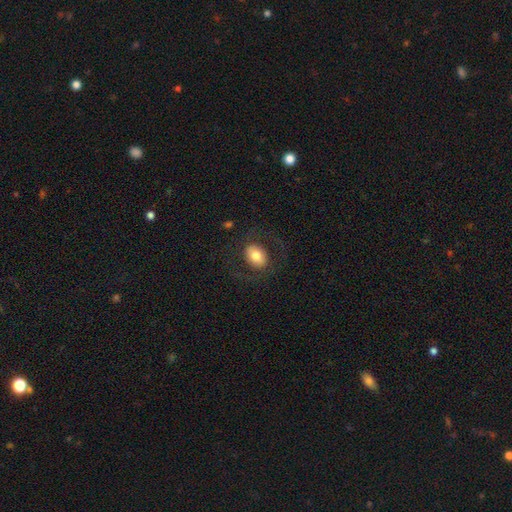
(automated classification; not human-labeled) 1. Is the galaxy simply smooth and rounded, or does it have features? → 63% smooth, 29% featured or disk, 8% star or artifact.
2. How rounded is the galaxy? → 69% in between, 30% round, 1% cigar-shaped.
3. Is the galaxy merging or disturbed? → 76% none, 11% major disturbance, 11% minor disturbance, 1% merger.